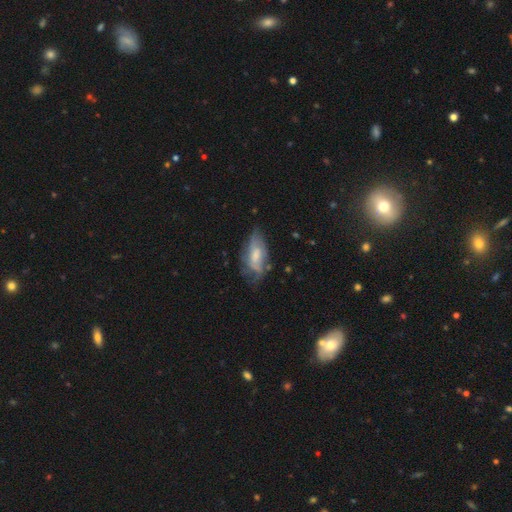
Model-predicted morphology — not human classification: smooth_or_featured: featured or disk (p=0.55) [alt: smooth p=0.38]
disk_edge_on: no (p=0.89) [alt: yes p=0.11]
merging: none (p=0.46) [alt: minor disturbance p=0.31]